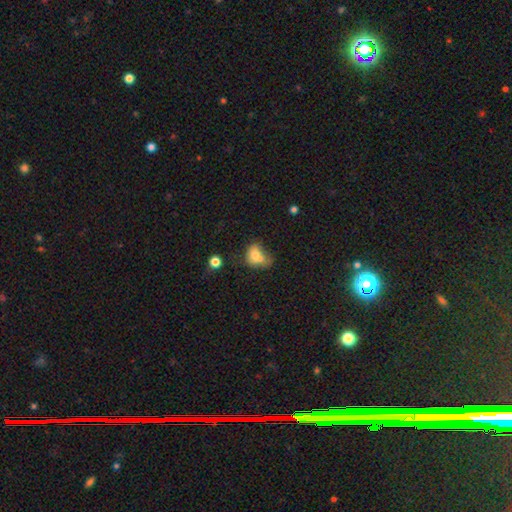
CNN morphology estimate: smooth_or_featured: smooth (p=0.72) [alt: featured or disk p=0.17]
how_rounded: in between (p=0.60) [alt: round p=0.39]
merging: merger (p=0.45) [alt: none p=0.25]